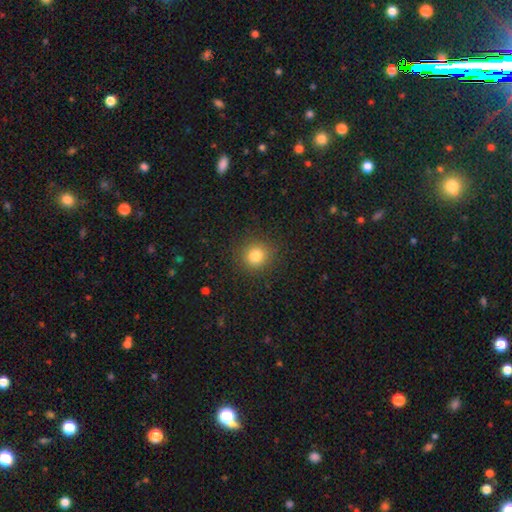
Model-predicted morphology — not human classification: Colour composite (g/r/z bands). It shows a smooth galaxy with no disk features (81%) that is round (90%). Merging: none (89%).